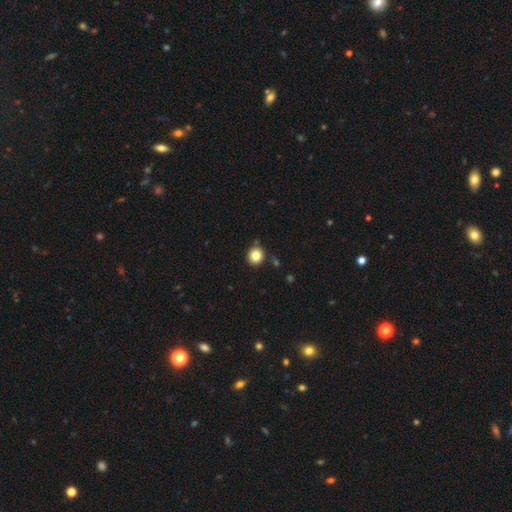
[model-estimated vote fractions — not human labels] smooth_or_featured: smooth (p=0.83) [alt: star or artifact p=0.11]
how_rounded: round (p=0.85) [alt: in between p=0.14]
merging: none (p=0.85) [alt: minor disturbance p=0.10]